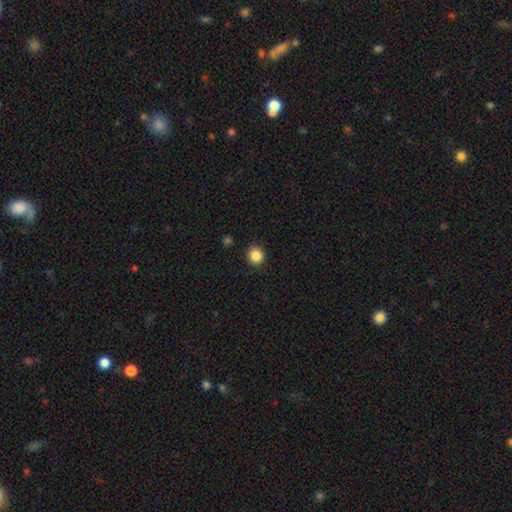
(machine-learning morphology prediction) Smooth or featured: smooth — 86% (star or artifact — 10%)
How rounded: round — 91% (in between — 8%)
Merging: none — 91% (minor disturbance — 6%)